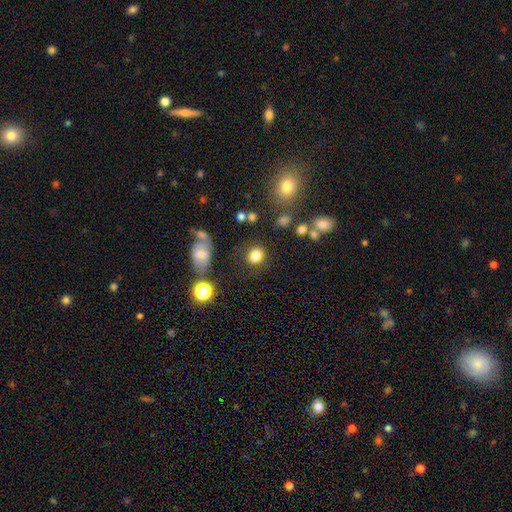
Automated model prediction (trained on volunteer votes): smooth 82%, star or artifact 11%, featured or disk 7%. Down the decision tree: how rounded — round (70%); merging — none (82%).